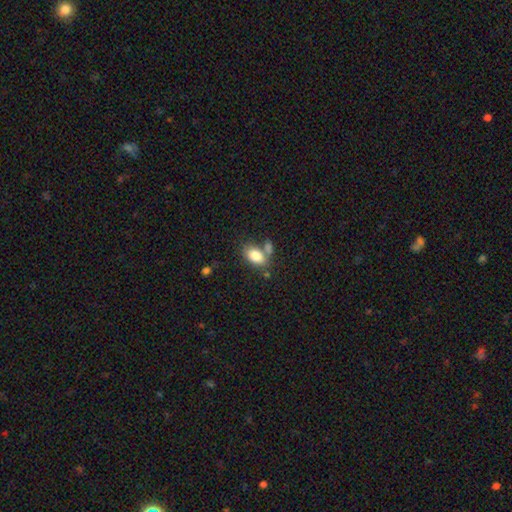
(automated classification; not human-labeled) This is clearly a smooth galaxy (82%). How rounded: clearly in between (88%). Merging: possibly none (54%).